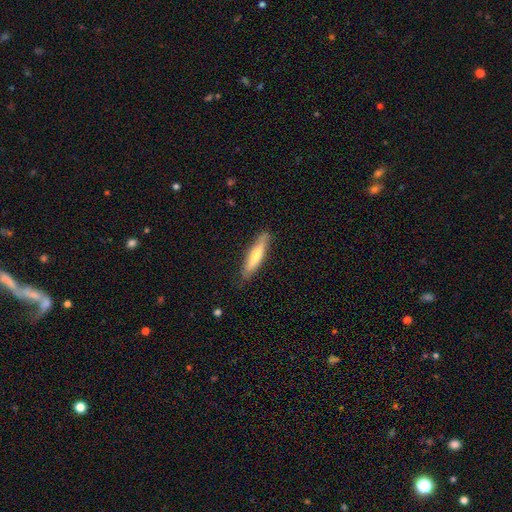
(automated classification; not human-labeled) This appears to be a smooth galaxy with no disk features (66%) that is cigar-shaped (82%). Merging: none (83%).